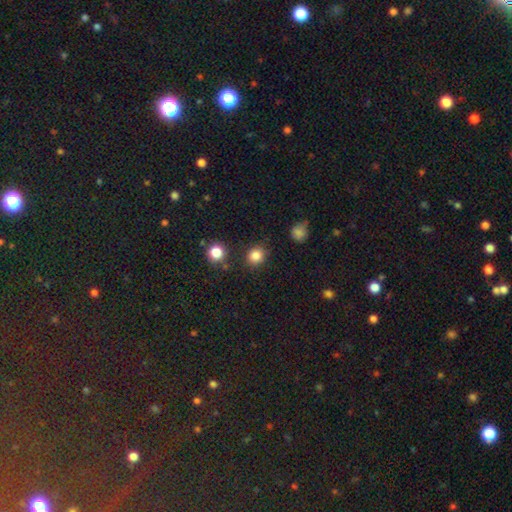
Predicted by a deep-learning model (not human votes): Smooth or featured? smooth (84%)
How rounded? round (84%)
Merging? none (85%)